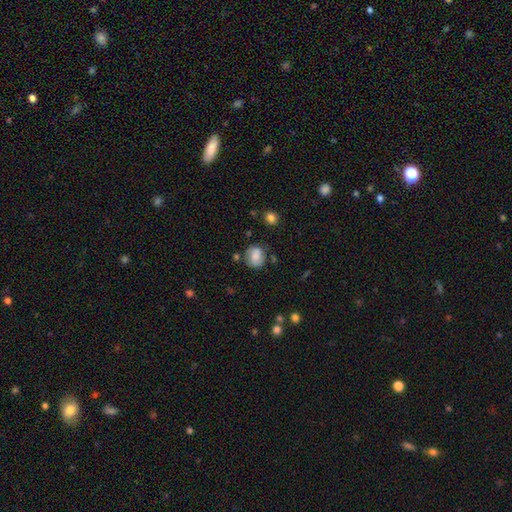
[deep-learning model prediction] smooth-or-featured: smooth: 74% | featured or disk: 17% | star or artifact: 9%
  how-rounded: round: 70% | in between: 29% | cigar-shaped: 1%
  merging: none: 71% | minor disturbance: 18% | merger: 6% | major disturbance: 5%